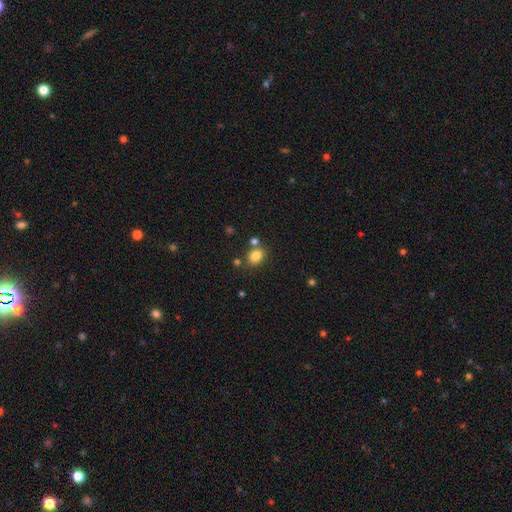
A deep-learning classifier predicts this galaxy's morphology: smooth 82%, star or artifact 11%, featured or disk 7%. Down the decision tree: how rounded — in between (51%); merging — none (71%).